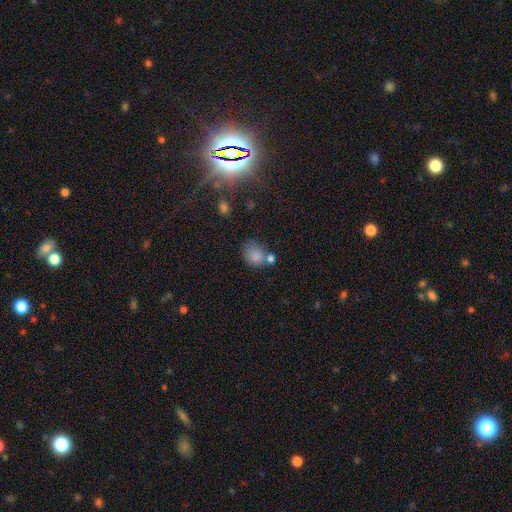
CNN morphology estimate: smooth-or-featured: smooth: 78% | star or artifact: 13% | featured or disk: 9%
  how-rounded: round: 52% | in between: 47% | cigar-shaped: 1%
  merging: none: 50% | minor disturbance: 21% | merger: 19% | major disturbance: 10%